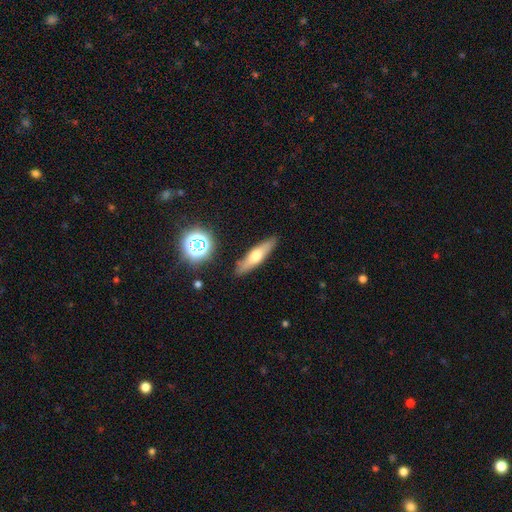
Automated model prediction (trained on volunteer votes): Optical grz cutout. It shows a smooth galaxy with no disk features (47%). Merging: none (87%).